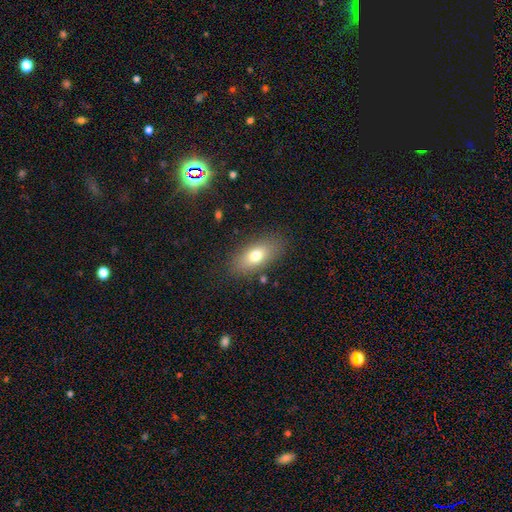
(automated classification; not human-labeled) This is likely a smooth galaxy (74%). How rounded: clearly in between (84%). Merging: clearly none (84%).